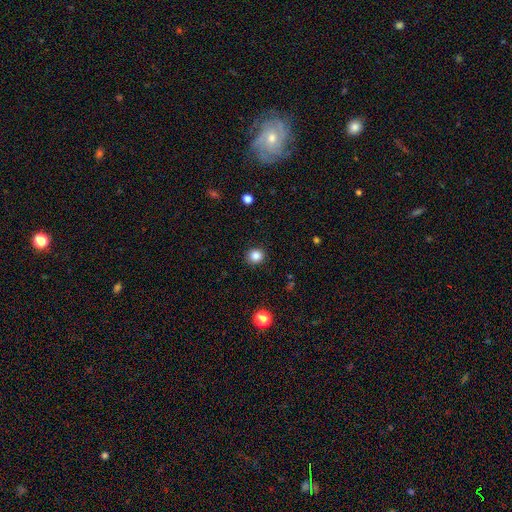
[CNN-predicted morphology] A smooth galaxy with no disk features (85%) that is round (87%).

Vote fractions:
- Smooth or featured? smooth: 85% / star or artifact: 11% / featured or disk: 4%
- How rounded? round: 87% / in between: 12% / cigar-shaped: 1%
- Merging? none: 91% / minor disturbance: 6% / major disturbance: 2% / merger: 1%